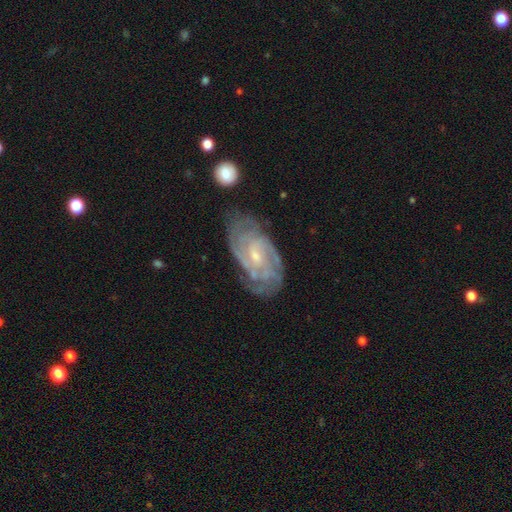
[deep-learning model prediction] Overall: featured or disk (85%). Edge-on disk: no (96%). Bar: weak (45%, tied with no). Spiral arms: yes (95%). Spiral arm count: can't tell (34%; 2 23%). Spiral winding: tight (64%; medium 29%). Bulge size: small (65%; moderate 30%). Merging: none (69%).